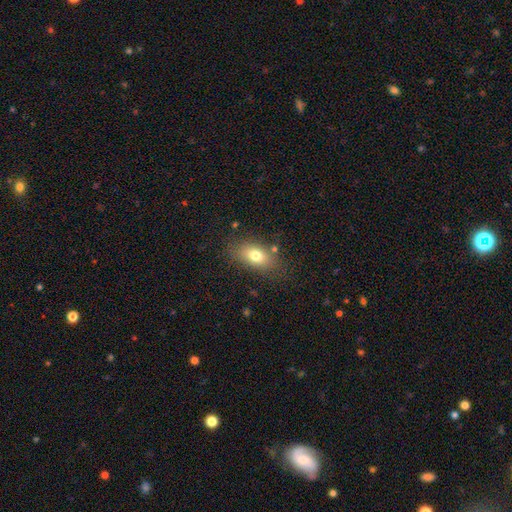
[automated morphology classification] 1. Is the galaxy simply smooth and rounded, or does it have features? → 75% smooth, 16% featured or disk, 10% star or artifact.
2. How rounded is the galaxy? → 84% in between, 10% round, 5% cigar-shaped.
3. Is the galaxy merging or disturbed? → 79% none, 14% minor disturbance, 5% major disturbance, 3% merger.